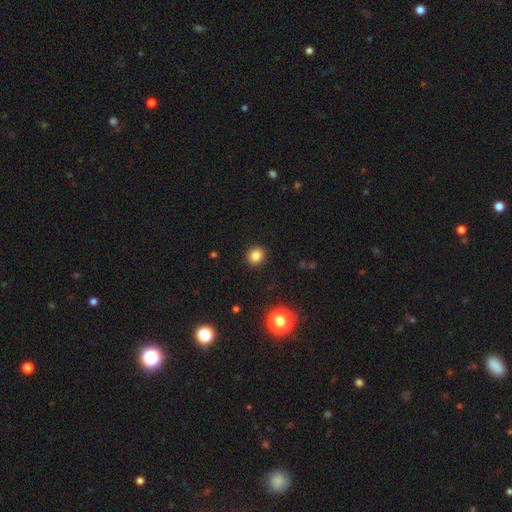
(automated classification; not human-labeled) Smooth or featured? Predicted: smooth (p=0.83). How rounded? Predicted: round (p=0.88). Merging? Predicted: none (p=0.92).